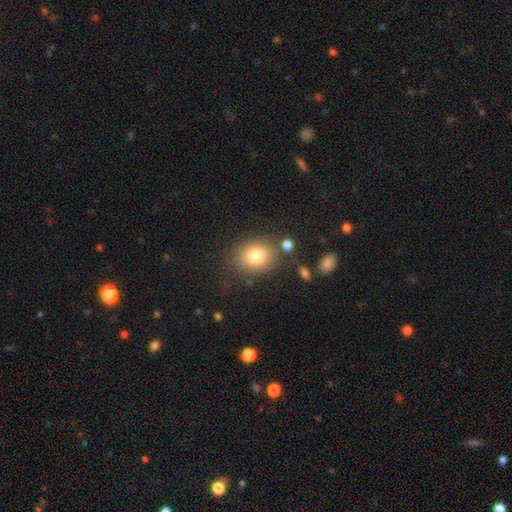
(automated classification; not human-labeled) Morphology: type=smooth (80%); roundness=round (53%); merging=none (78%).